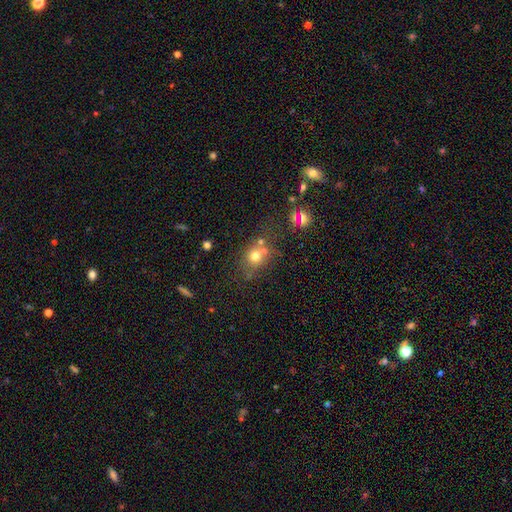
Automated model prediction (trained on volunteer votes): Smooth or featured: smooth — 69% (star or artifact — 17%)
How rounded: round — 75% (in between — 24%)
Merging: none — 54% (merger — 26%)